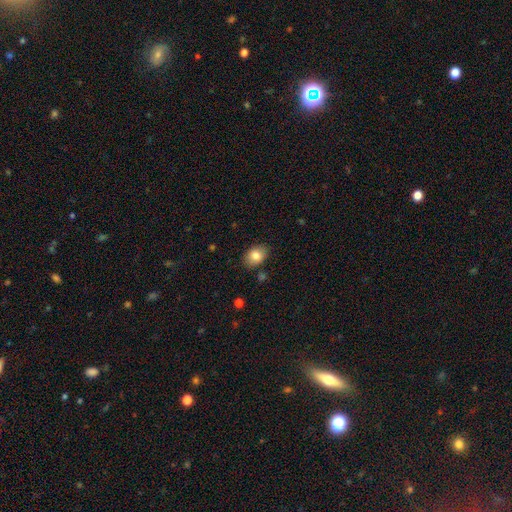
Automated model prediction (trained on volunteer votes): This appears to be a smooth galaxy with no disk features (83%) that is in between round and cigar-shaped (77%). Merging: none (83%).